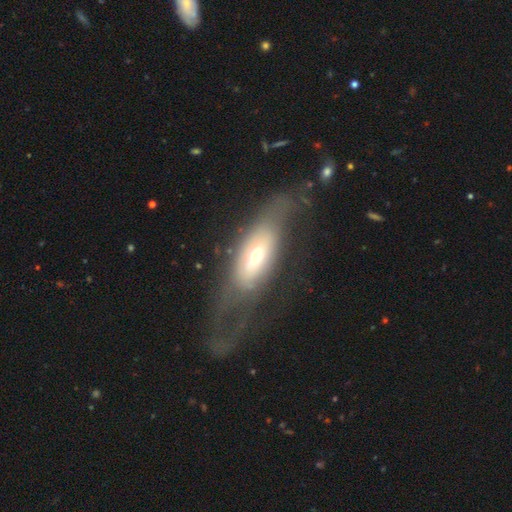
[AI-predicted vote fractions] smooth-or-featured: featured or disk: 49% | smooth: 43% | star or artifact: 8%
  merging: none: 44% | major disturbance: 33% | minor disturbance: 21% | merger: 3%